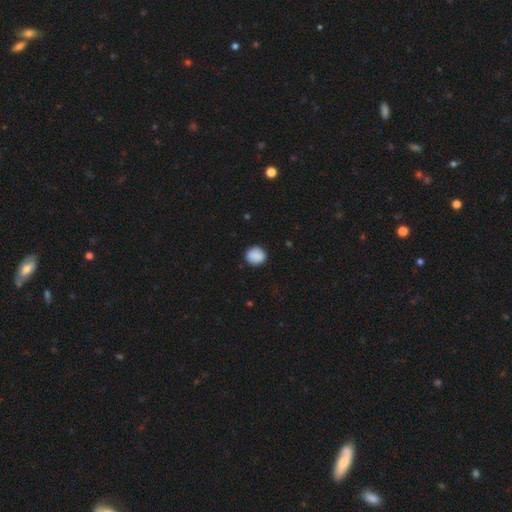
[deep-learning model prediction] A smooth galaxy with no disk features (89%) that is round (87%). Merging: none (89%).